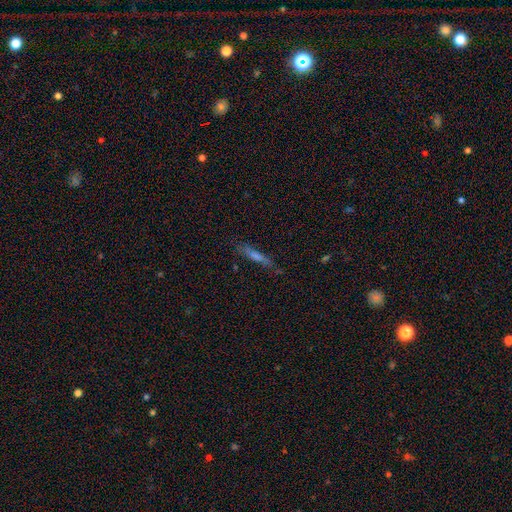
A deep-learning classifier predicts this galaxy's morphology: This appears to be a smooth galaxy with no disk features (44%). Merging: none (75%).